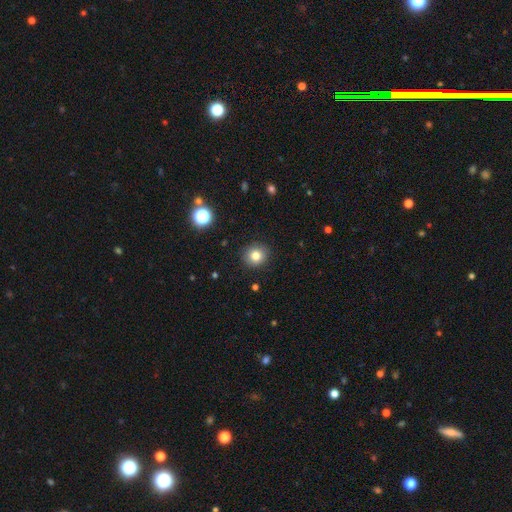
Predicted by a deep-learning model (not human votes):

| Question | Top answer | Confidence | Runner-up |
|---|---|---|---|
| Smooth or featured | smooth | 80% | star or artifact (12%) |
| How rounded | round | 87% | in between (12%) |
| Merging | none | 90% | minor disturbance (6%) |